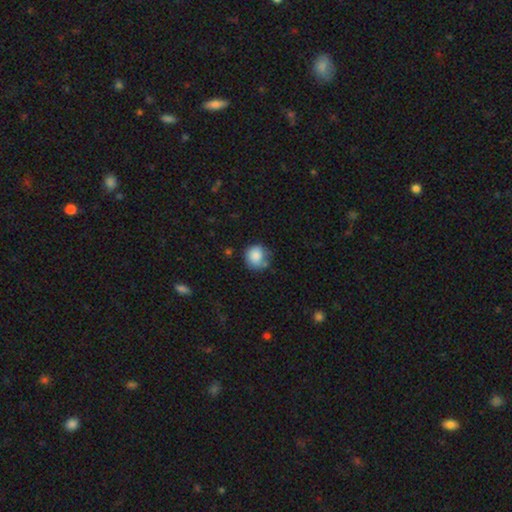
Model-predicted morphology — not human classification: Overall: smooth (85%). How rounded: round (87%). Merging: none (63%; minor disturbance 24%).